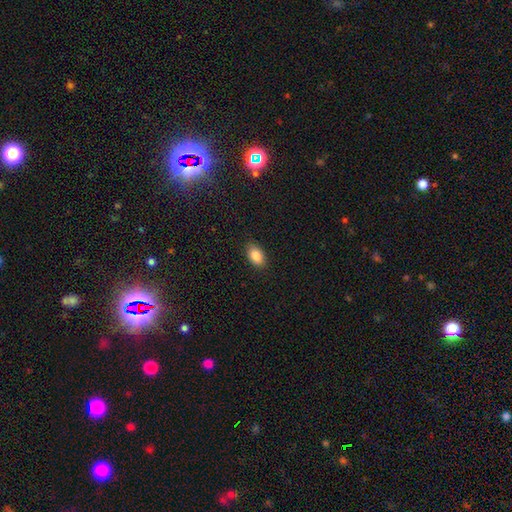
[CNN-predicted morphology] Smooth or featured? smooth (88%)
How rounded? in between (91%)
Merging? none (87%)